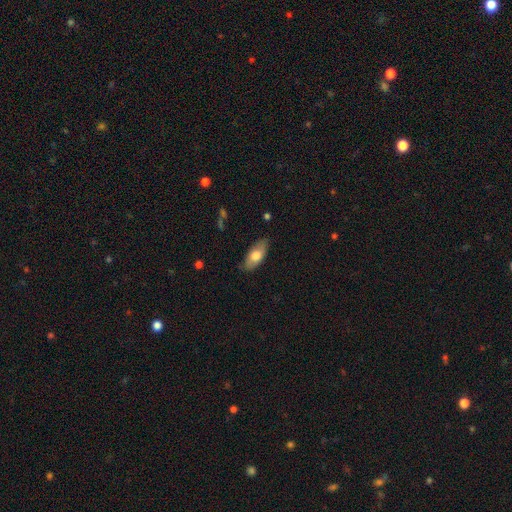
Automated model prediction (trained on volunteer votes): Smooth or featured? smooth (71%)
How rounded? in between (86%)
Merging? none (80%)